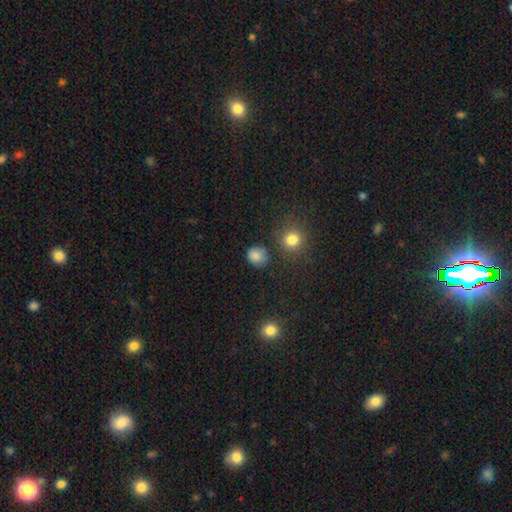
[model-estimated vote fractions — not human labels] Smooth or featured?
  - smooth: 83% *
  - star or artifact: 12%
  - featured or disk: 5%
How rounded?
  - round: 83% *
  - in between: 16%
  - cigar-shaped: 1%
Merging?
  - none: 77% *
  - minor disturbance: 14%
  - major disturbance: 4%
  - merger: 4%